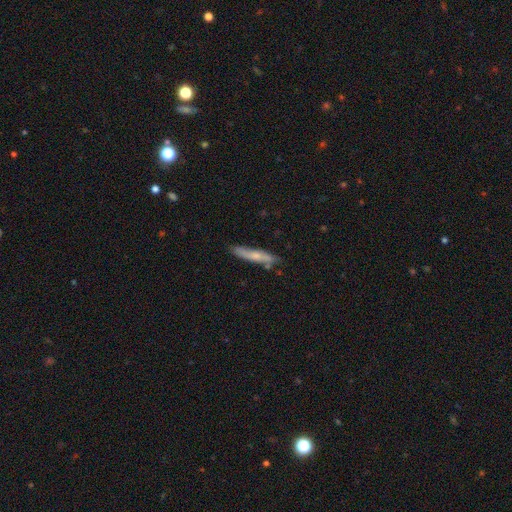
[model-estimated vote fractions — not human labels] smooth 58%, featured or disk 36%, star or artifact 6%. Down the decision tree: how rounded — cigar-shaped (90%); merging — none (73%).